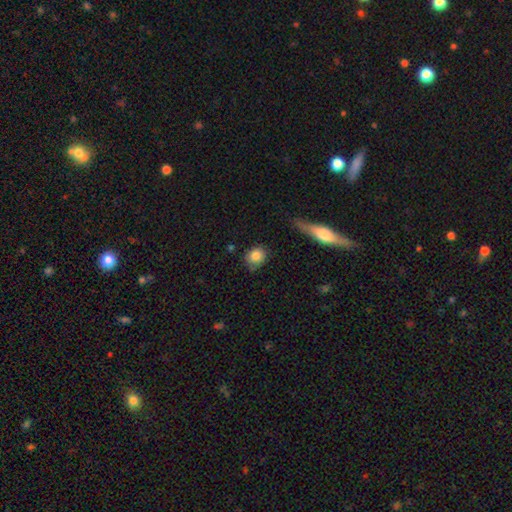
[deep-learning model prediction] Smooth or featured: smooth — 83% (star or artifact — 9%)
How rounded: round — 76% (in between — 23%)
Merging: none — 75% (minor disturbance — 17%)